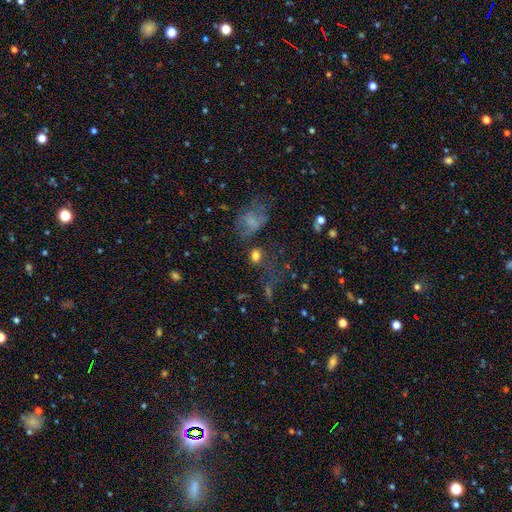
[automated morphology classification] Smooth or featured: smooth — 72% (star or artifact — 17%)
How rounded: round — 53% (in between — 45%)
Merging: none — 57% (minor disturbance — 16%)